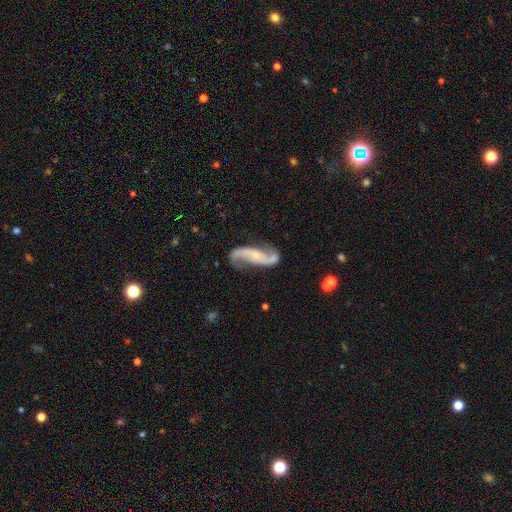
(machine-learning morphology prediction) Smooth or featured? Predicted: featured or disk (p=0.87). Edge-on disk? Predicted: no (p=0.93). Bar? Predicted: no (p=0.52). Spiral arms? Predicted: yes (p=0.96). Spiral winding? Predicted: loose (p=0.66). Spiral arm count? Predicted: 2 (p=0.93). Bulge size? Predicted: small (p=0.67). Merging? Predicted: none (p=0.70).